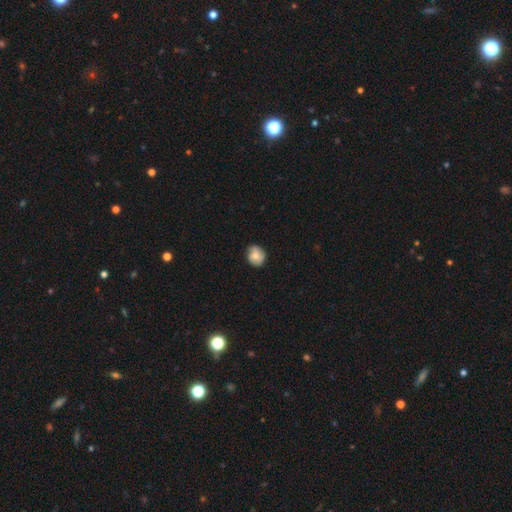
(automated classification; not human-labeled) This is likely a smooth galaxy (67%). How rounded: likely round (75%). Merging: likely none (76%).